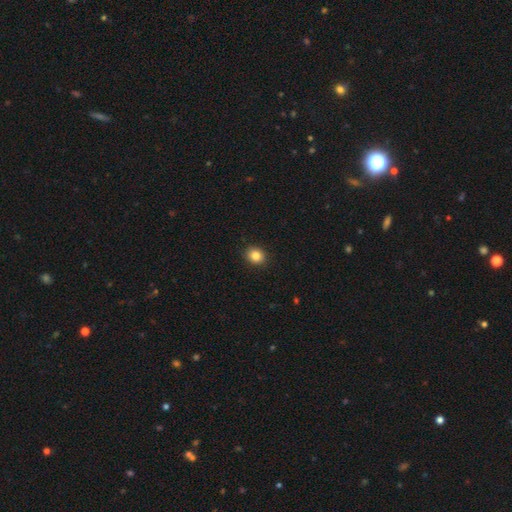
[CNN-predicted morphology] smooth 84%, star or artifact 10%, featured or disk 5%. Down the decision tree: how rounded — round (68%); merging — none (91%).